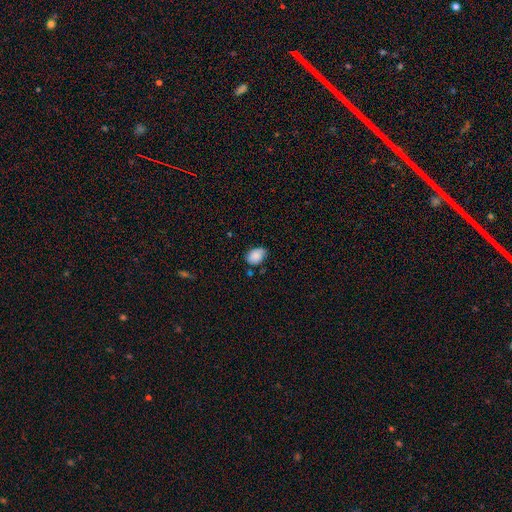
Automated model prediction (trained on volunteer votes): A smooth galaxy with no disk features (86%) that is in between round and cigar-shaped (78%). Merging: none (66%).